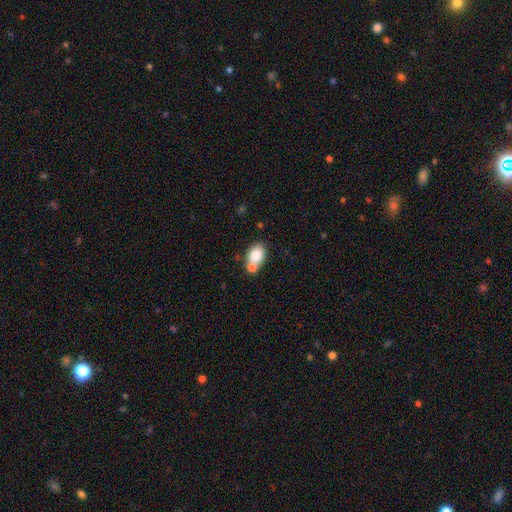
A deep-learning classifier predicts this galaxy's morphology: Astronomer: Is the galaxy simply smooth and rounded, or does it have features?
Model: smooth — 79%.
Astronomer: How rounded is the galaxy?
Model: in between — 73%.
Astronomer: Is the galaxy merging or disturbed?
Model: none — 49% (runner-up: merger, 37%).